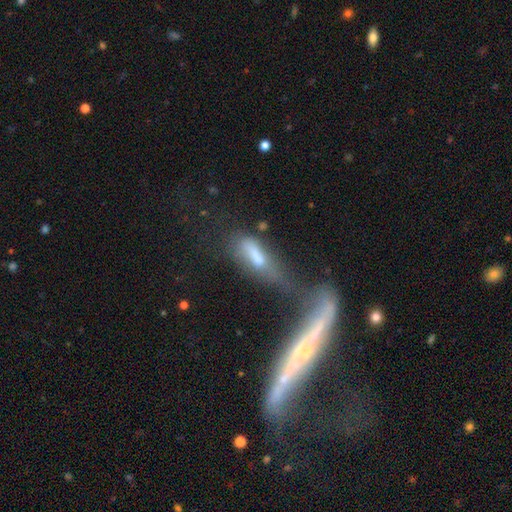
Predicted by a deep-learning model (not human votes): Smooth or featured? Predicted: smooth (p=0.59). How rounded? Predicted: in between (p=0.53). Merging? Predicted: merger (p=0.39).